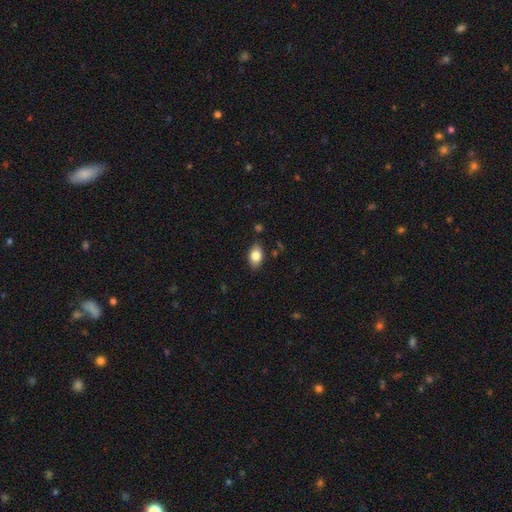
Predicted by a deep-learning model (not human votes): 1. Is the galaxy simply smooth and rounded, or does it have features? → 82% smooth, 10% featured or disk, 8% star or artifact.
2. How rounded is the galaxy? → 88% in between, 10% round, 2% cigar-shaped.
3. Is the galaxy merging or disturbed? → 84% none, 12% minor disturbance, 2% major disturbance, 2% merger.